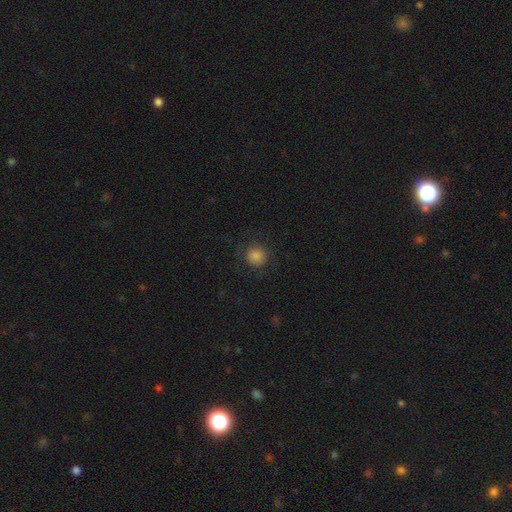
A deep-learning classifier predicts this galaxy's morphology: This is clearly a smooth galaxy (81%). How rounded: clearly round (92%). Merging: clearly none (83%).